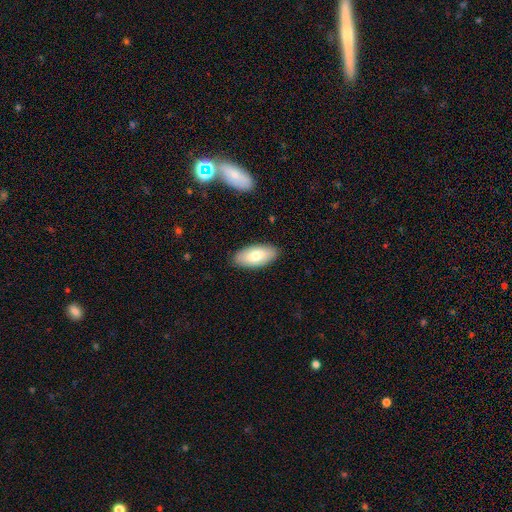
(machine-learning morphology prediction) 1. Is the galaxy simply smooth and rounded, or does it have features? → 75% smooth, 19% featured or disk, 6% star or artifact.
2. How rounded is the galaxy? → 92% in between, 6% cigar-shaped, 2% round.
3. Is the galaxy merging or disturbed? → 88% none, 9% minor disturbance, 2% major disturbance, 1% merger.